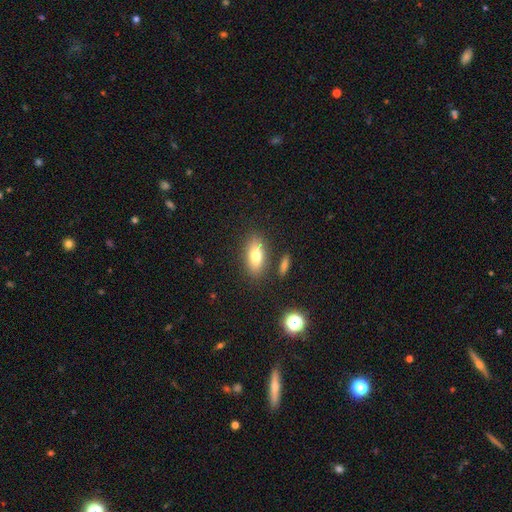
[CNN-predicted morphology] Smooth or featured?
  - smooth: 77% *
  - featured or disk: 14%
  - star or artifact: 8%
How rounded?
  - in between: 82% *
  - cigar-shaped: 13%
  - round: 4%
Merging?
  - none: 80% *
  - minor disturbance: 11%
  - merger: 5%
  - major disturbance: 3%